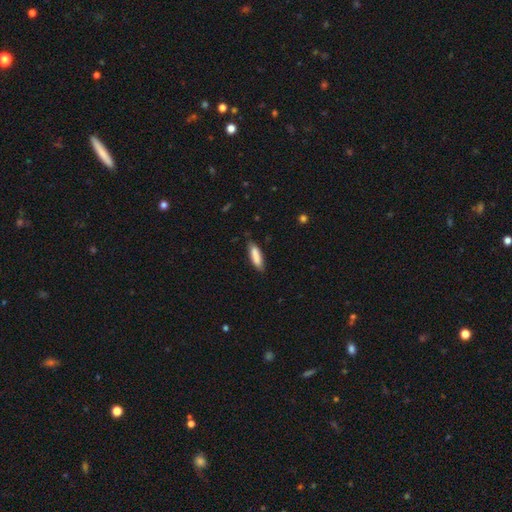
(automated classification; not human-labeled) Q: Smooth or featured?
A: smooth (85%); runner-up: featured or disk (9%)
Q: How rounded?
A: cigar-shaped (63%); runner-up: in between (36%)
Q: Merging?
A: none (79%); runner-up: minor disturbance (16%)